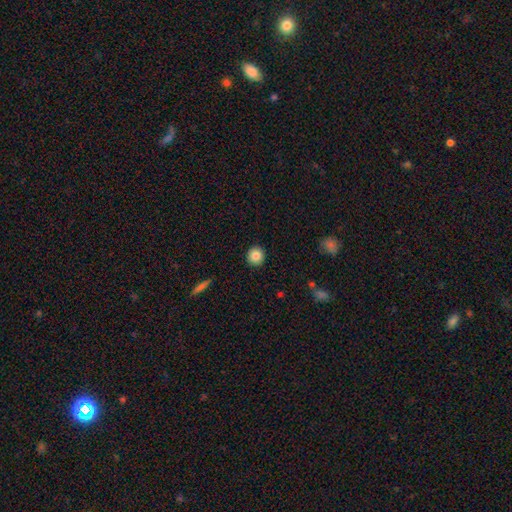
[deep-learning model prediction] Q: Smooth or featured?
A: smooth (85%); runner-up: star or artifact (9%)
Q: How rounded?
A: round (93%); runner-up: in between (6%)
Q: Merging?
A: none (92%); runner-up: minor disturbance (5%)